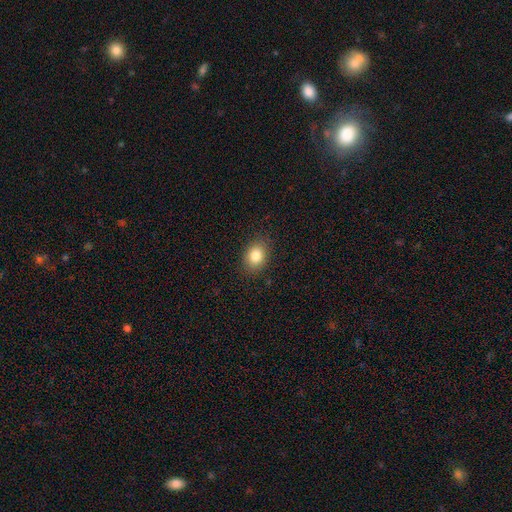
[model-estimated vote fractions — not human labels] Morphology: type=smooth (83%); roundness=in between (61%); merging=none (87%).